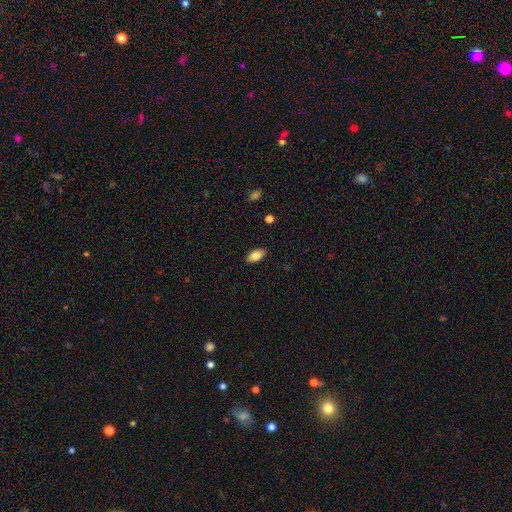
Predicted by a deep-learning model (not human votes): Smooth or featured?
  - smooth: 84% *
  - featured or disk: 9%
  - star or artifact: 7%
How rounded?
  - in between: 91% *
  - cigar-shaped: 6%
  - round: 3%
Merging?
  - none: 89% *
  - minor disturbance: 8%
  - major disturbance: 2%
  - merger: 1%